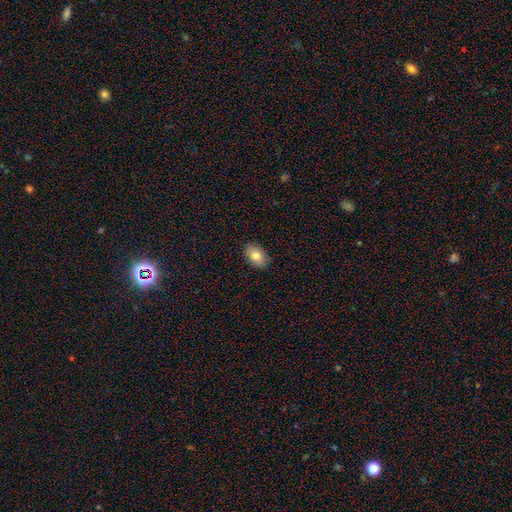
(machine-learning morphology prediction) type=smooth (82%); roundness=in between (88%); merging=none (88%).